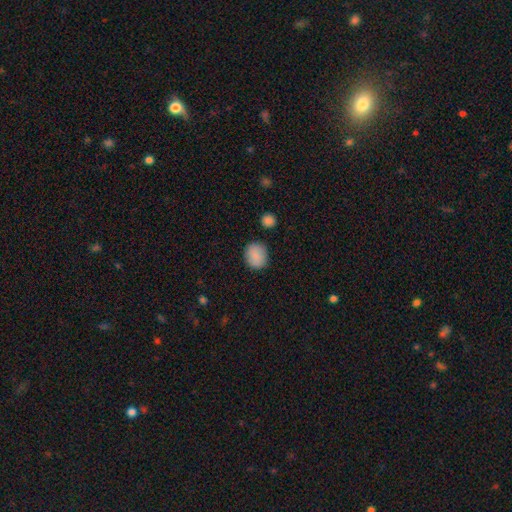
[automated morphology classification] Smooth or featured? smooth (87%)
How rounded? round (75%)
Merging? none (84%)